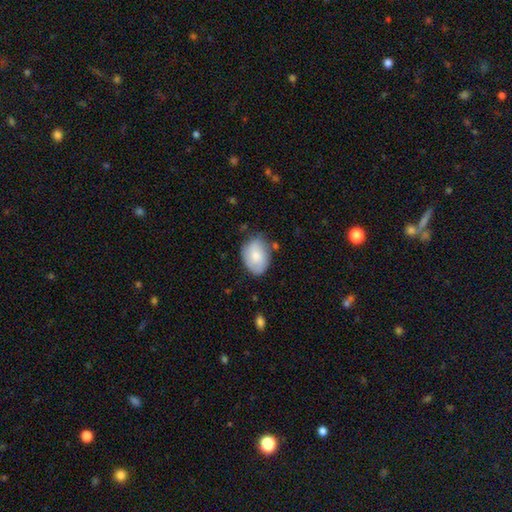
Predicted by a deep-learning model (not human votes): Overall: smooth (74%). How rounded: in between (77%). Merging: none (69%).